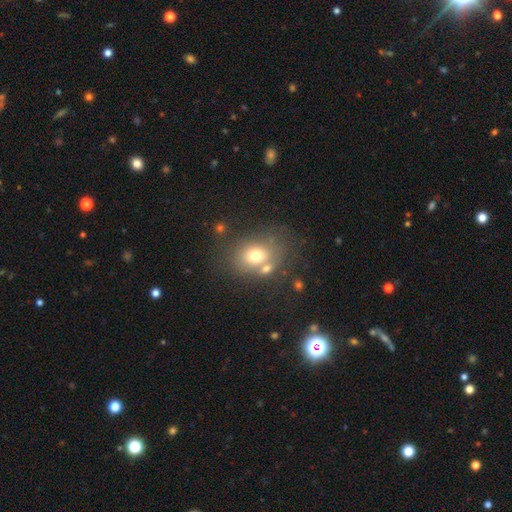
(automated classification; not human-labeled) The model was most divided on "how rounded": round: 55%, in between: 44%, cigar-shaped: 1%. More confident: smooth or featured — smooth (70%); merging — none (55%).